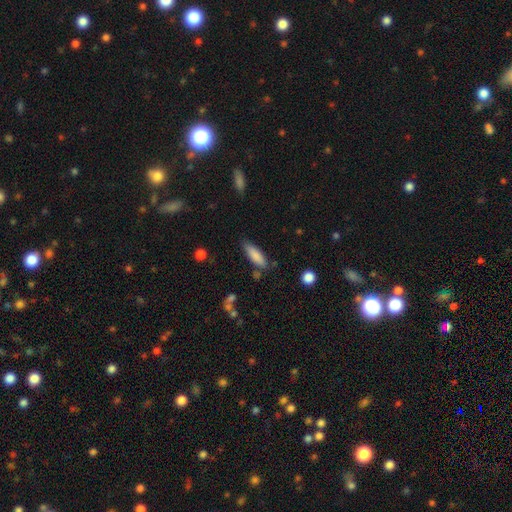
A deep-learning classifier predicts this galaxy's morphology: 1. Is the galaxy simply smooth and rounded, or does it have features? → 84% smooth, 9% featured or disk, 7% star or artifact.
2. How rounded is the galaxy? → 50% in between, 49% cigar-shaped, 2% round.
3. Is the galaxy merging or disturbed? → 71% none, 20% minor disturbance, 5% merger, 4% major disturbance.